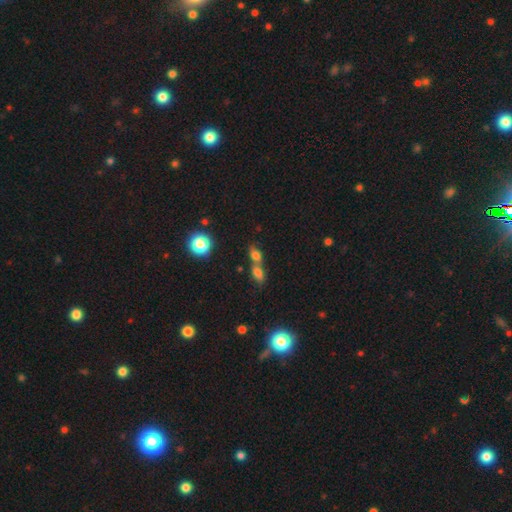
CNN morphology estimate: A smooth galaxy with no disk features (68%) that is in between round and cigar-shaped (56%). Merging: merger (67%).